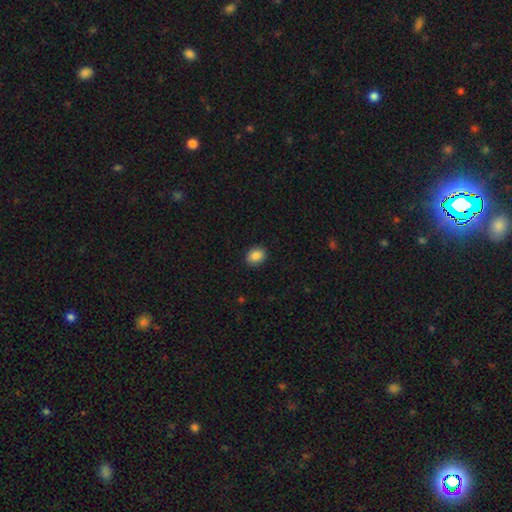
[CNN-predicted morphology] type=smooth (88%); roundness=in between (59%); merging=none (90%).